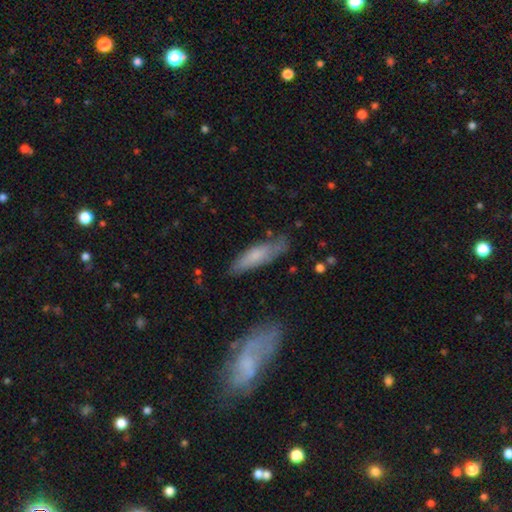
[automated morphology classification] type=smooth (64%); roundness=cigar-shaped (66%); merging=none (72%).